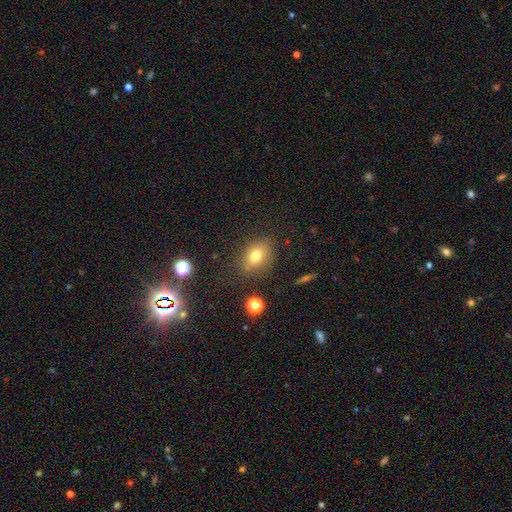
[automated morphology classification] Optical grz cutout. It shows a smooth galaxy with no disk features (75%) that is in between round and cigar-shaped (60%). Merging: none (76%).